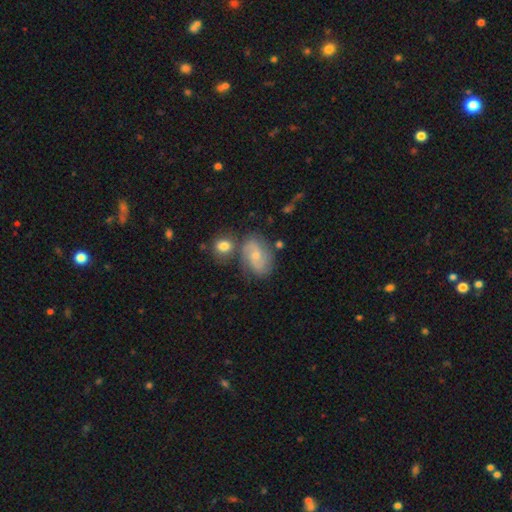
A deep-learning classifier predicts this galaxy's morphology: Smooth or featured: featured or disk — 57% (smooth — 34%)
Edge-on disk: no — 96% (yes — 4%)
Bar: no — 63% (weak — 30%)
Spiral arms: yes — 82% (no — 18%)
Bulge size: small — 59% (moderate — 37%)
Merging: none — 58% (minor disturbance — 19%)